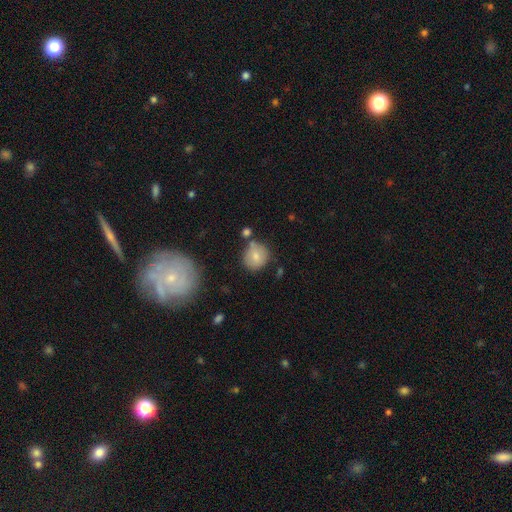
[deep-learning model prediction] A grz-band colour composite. It shows a smooth galaxy with no disk features (78%) that is round (82%). Merging: none (69%).